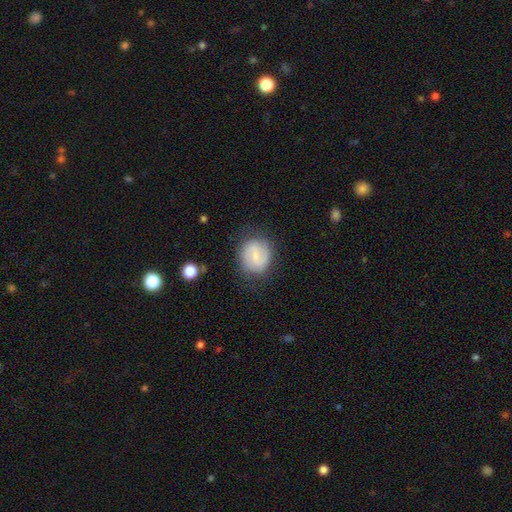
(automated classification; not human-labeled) Morphology: type=smooth (49%); merging=none (77%).